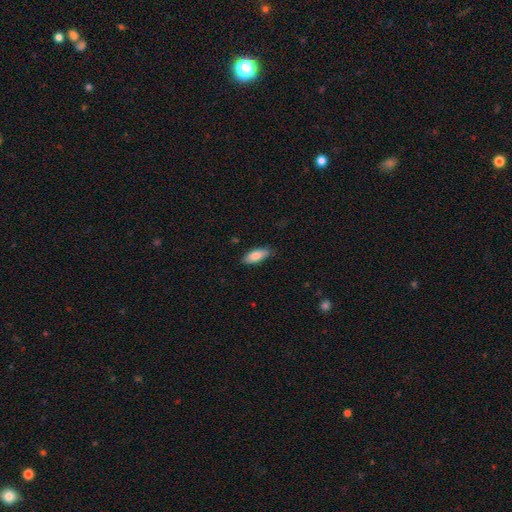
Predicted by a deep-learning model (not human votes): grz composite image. It shows a smooth galaxy with no disk features (82%) that is in between round and cigar-shaped (78%). Merging: none (83%).